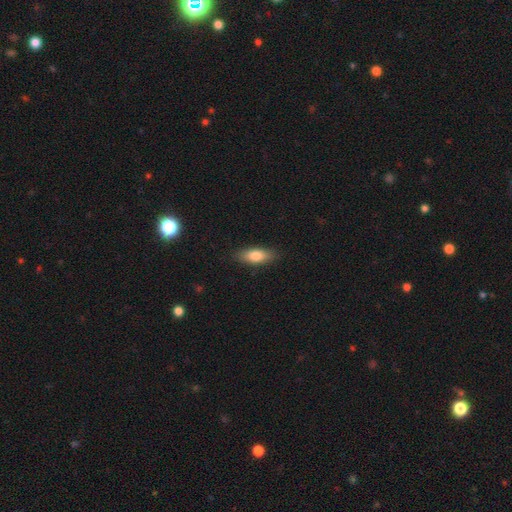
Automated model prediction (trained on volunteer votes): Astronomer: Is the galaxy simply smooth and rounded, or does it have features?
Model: smooth — 79%.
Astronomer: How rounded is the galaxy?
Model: in between — 72%.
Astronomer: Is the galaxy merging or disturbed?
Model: none — 86%.